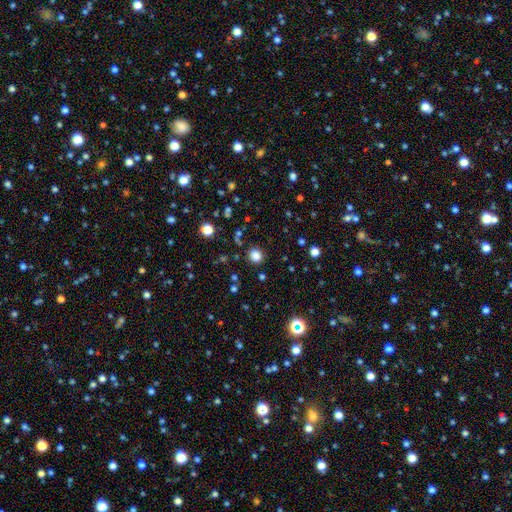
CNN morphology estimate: Smooth or featured? smooth (81%)
How rounded? round (85%)
Merging? none (87%)